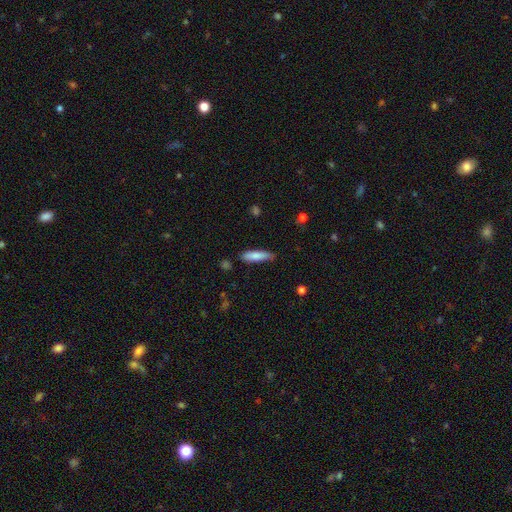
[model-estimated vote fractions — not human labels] Smooth or featured?
  - smooth: 81% *
  - featured or disk: 13%
  - star or artifact: 6%
How rounded?
  - cigar-shaped: 72% *
  - in between: 27%
  - round: 1%
Merging?
  - none: 75% *
  - minor disturbance: 20%
  - major disturbance: 3%
  - merger: 2%